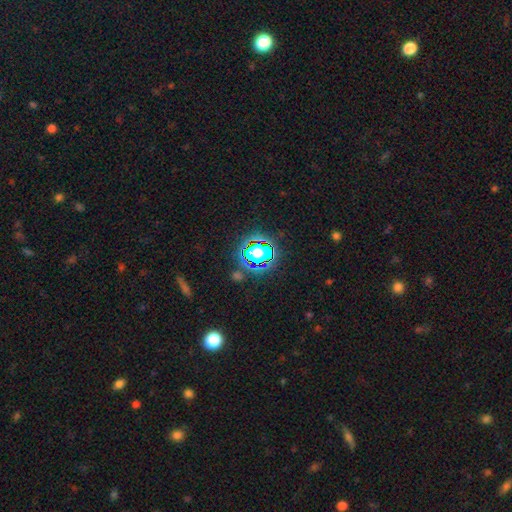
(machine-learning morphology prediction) A star or artifact, not a galaxy (66%).

Vote fractions:
- Smooth or featured? star or artifact: 66% / smooth: 23% / featured or disk: 11%